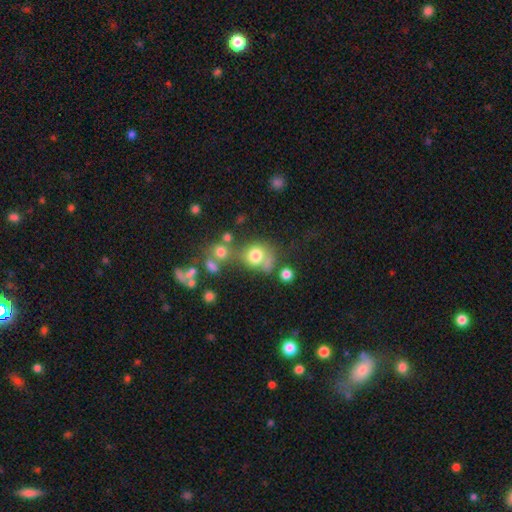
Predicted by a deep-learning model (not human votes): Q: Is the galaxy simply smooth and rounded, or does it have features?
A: smooth — 72%.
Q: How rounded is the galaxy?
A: round — 76%.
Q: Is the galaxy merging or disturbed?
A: none — 39%.